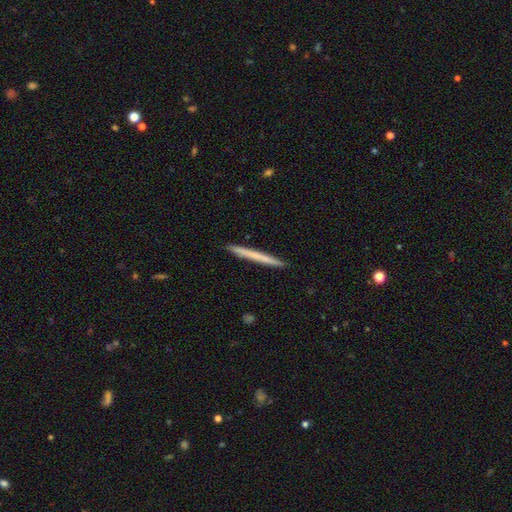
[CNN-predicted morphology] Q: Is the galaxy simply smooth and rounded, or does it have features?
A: smooth — 58%.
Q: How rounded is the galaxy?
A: cigar-shaped — 97%.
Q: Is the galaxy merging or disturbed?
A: none — 93%.